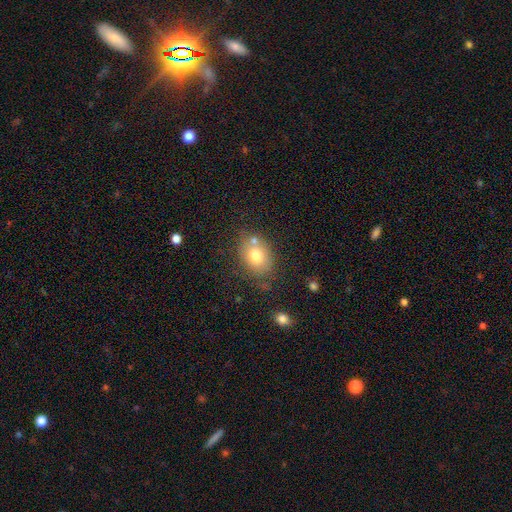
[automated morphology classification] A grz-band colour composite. It shows a smooth galaxy with no disk features (74%) that is in between round and cigar-shaped (60%). Merging: none (63%).